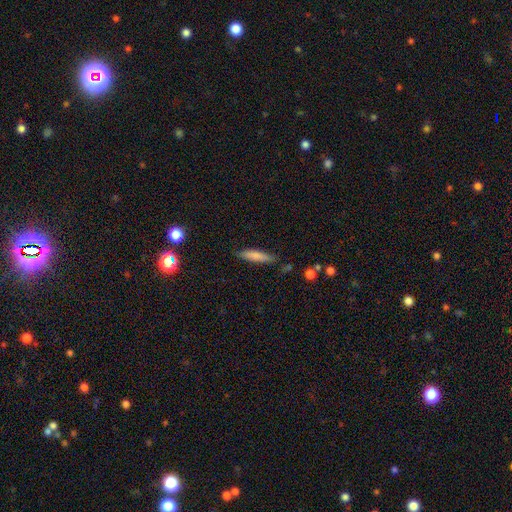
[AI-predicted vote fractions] smooth-or-featured: smooth: 77% | featured or disk: 16% | star or artifact: 7%
  how-rounded: cigar-shaped: 82% | in between: 17% | round: 1%
  merging: none: 82% | minor disturbance: 14% | major disturbance: 3% | merger: 2%